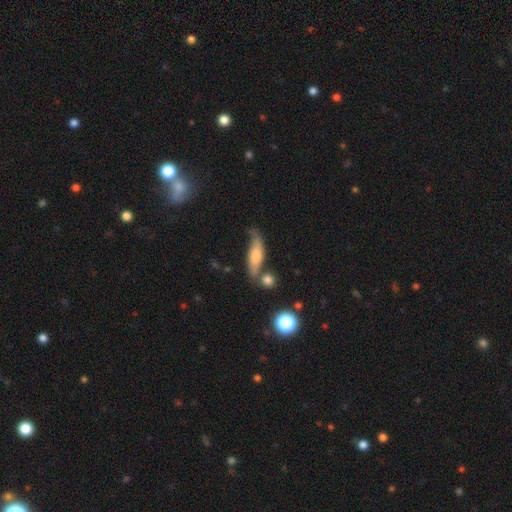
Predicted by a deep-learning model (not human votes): Smooth or featured?
  - smooth: 50% *
  - featured or disk: 41%
  - star or artifact: 9%
How rounded?
  - cigar-shaped: 53% *
  - in between: 42%
  - round: 5%
Merging?
  - none: 54% *
  - minor disturbance: 25%
  - merger: 12%
  - major disturbance: 10%